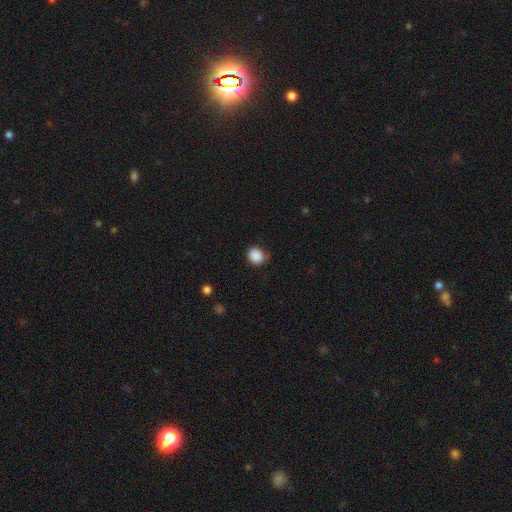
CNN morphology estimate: smooth-or-featured: smooth: 88% | star or artifact: 9% | featured or disk: 3%
  how-rounded: round: 75% | in between: 24% | cigar-shaped: 1%
  merging: none: 76% | minor disturbance: 18% | major disturbance: 4% | merger: 1%